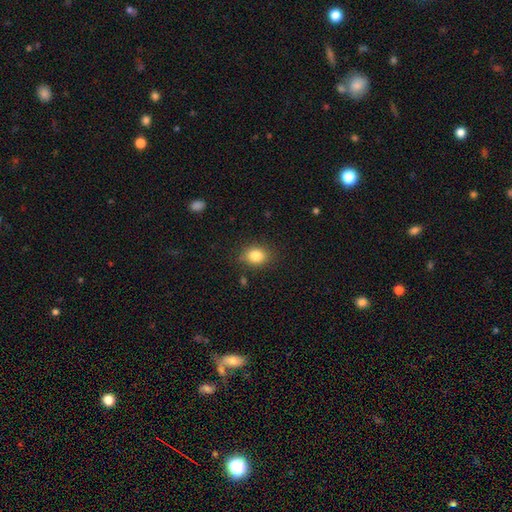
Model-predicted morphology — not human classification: Q: Smooth or featured?
A: smooth (84%); runner-up: star or artifact (10%)
Q: How rounded?
A: in between (50%); runner-up: round (48%)
Q: Merging?
A: none (84%); runner-up: minor disturbance (12%)